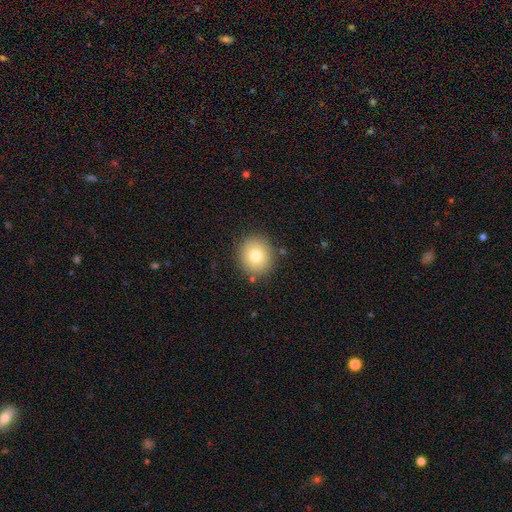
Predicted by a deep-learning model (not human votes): smooth-or-featured: smooth: 75% | featured or disk: 13% | star or artifact: 12%
  how-rounded: round: 84% | in between: 15% | cigar-shaped: 1%
  merging: none: 86% | minor disturbance: 8% | major disturbance: 3% | merger: 2%